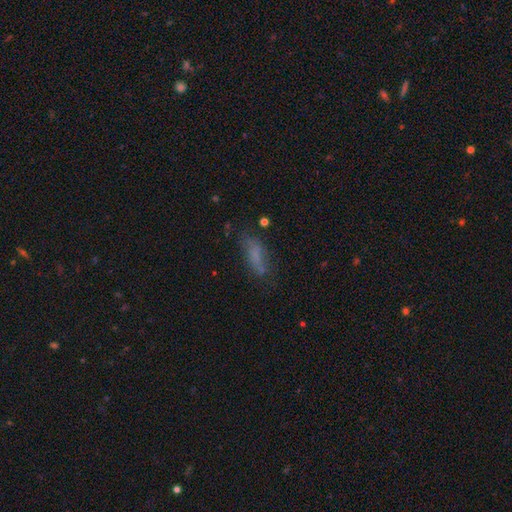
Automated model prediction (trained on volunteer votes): Smooth or featured? smooth (63%)
How rounded? in between (55%)
Merging? none (59%)